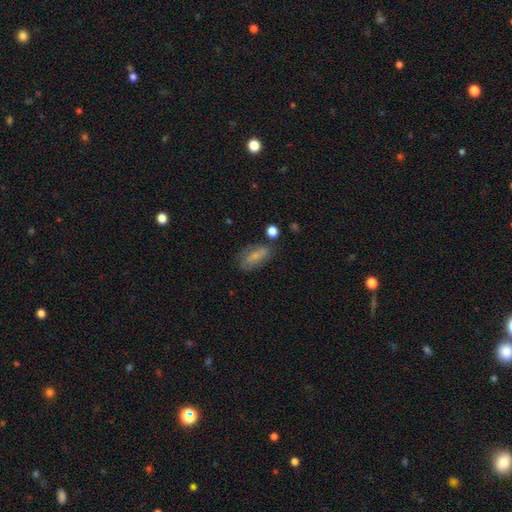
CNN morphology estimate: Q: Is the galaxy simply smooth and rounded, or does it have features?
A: smooth — 66%.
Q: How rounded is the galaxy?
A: in between — 81%.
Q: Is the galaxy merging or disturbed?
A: none — 63%.